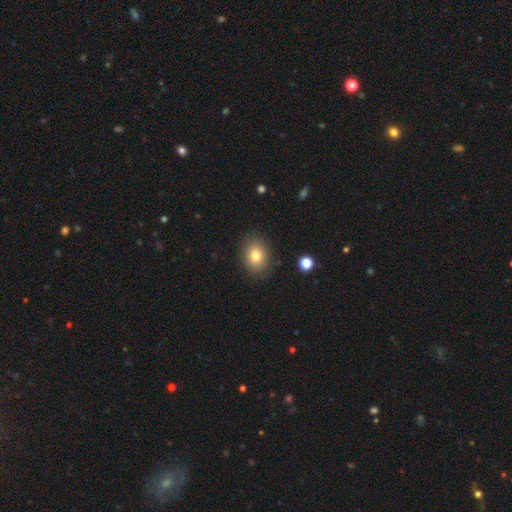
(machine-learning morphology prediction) Smooth or featured: smooth — 80% (featured or disk — 10%)
How rounded: in between — 63% (round — 36%)
Merging: none — 86% (minor disturbance — 10%)